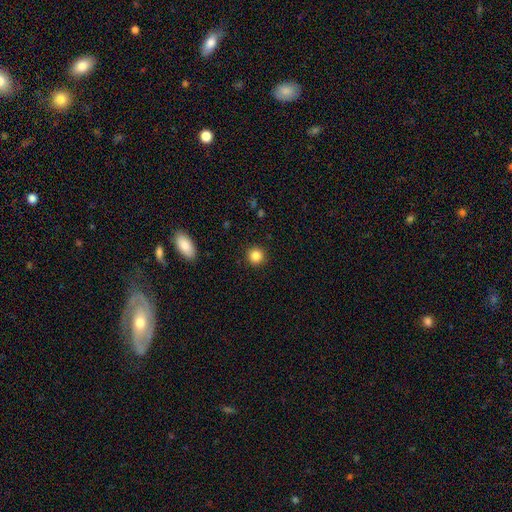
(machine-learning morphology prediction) smooth 85%, star or artifact 11%, featured or disk 4%. Down the decision tree: how rounded — round (94%); merging — none (92%).